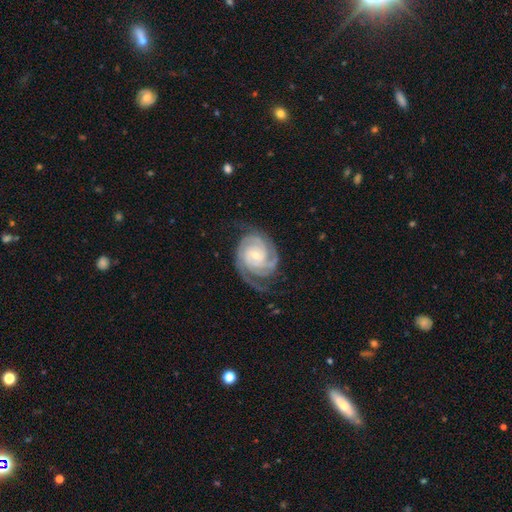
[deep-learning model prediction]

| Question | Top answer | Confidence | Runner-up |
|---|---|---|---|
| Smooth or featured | featured or disk | 92% | smooth (4%) |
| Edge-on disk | no | 98% | yes (2%) |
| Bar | no | 54% | weak (36%) |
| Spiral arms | yes | 98% | no (2%) |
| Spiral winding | tight | 75% | medium (22%) |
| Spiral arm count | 2 | 35% | 3 (31%) |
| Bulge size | small | 66% | moderate (30%) |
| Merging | none | 72% | minor disturbance (18%) |